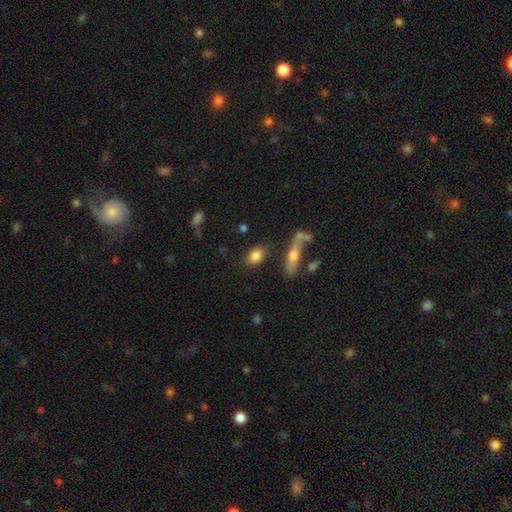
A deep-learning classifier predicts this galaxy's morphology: The model was most divided on "how rounded": in between: 76%, round: 19%, cigar-shaped: 5%. More confident: smooth or featured — smooth (82%); merging — none (78%).